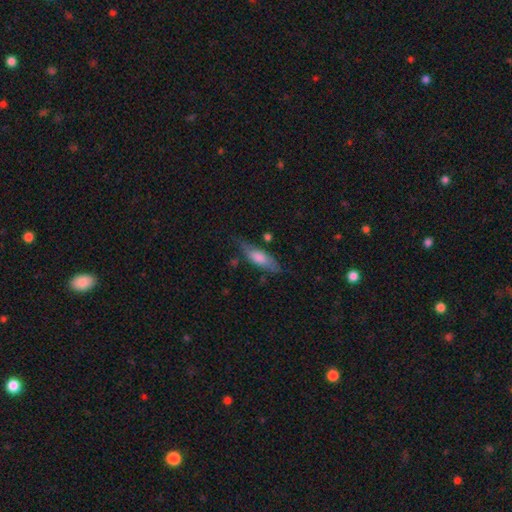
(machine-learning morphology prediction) Q: Smooth or featured?
A: smooth (57%); runner-up: featured or disk (36%)
Q: How rounded?
A: cigar-shaped (56%); runner-up: in between (42%)
Q: Merging?
A: none (67%); runner-up: minor disturbance (24%)